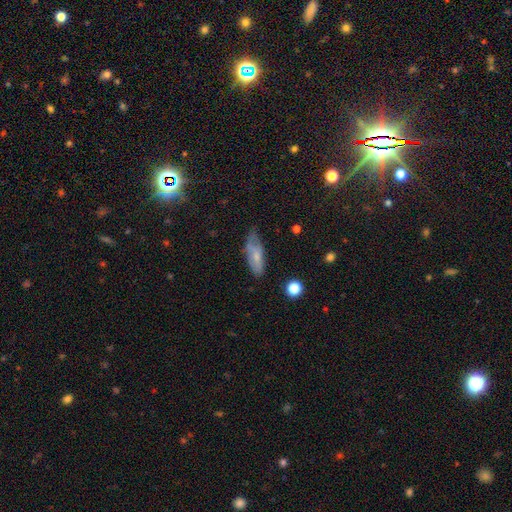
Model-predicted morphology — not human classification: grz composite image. It shows a smooth galaxy with no disk features (59%) that is in between round and cigar-shaped (68%). Merging: none (51%).